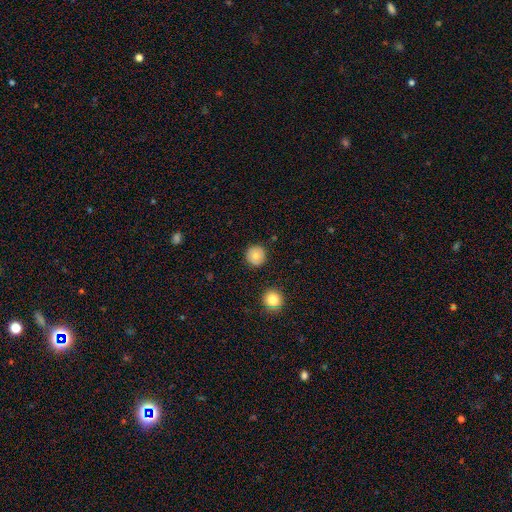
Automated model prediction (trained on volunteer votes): Q: Smooth or featured?
A: smooth (78%); runner-up: featured or disk (13%)
Q: How rounded?
A: round (95%); runner-up: in between (4%)
Q: Merging?
A: none (90%); runner-up: minor disturbance (7%)